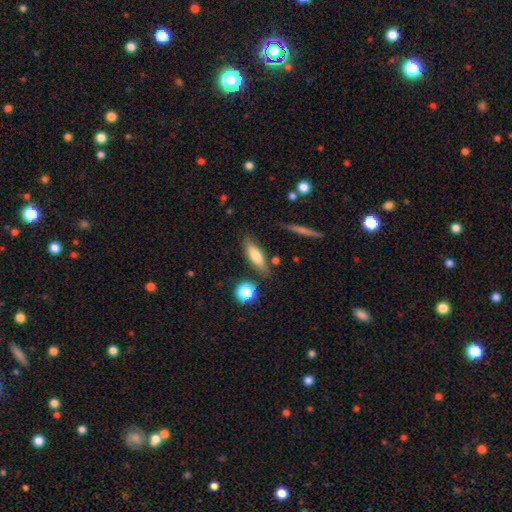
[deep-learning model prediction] Smooth or featured?
  - smooth: 68% *
  - featured or disk: 24%
  - star or artifact: 8%
How rounded?
  - cigar-shaped: 50% *
  - in between: 47%
  - round: 3%
Merging?
  - none: 78% *
  - minor disturbance: 13%
  - merger: 5%
  - major disturbance: 3%